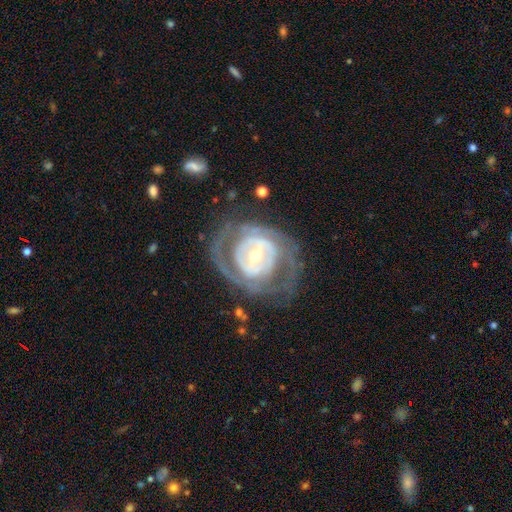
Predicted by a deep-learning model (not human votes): smooth-or-featured: featured or disk: 83% | smooth: 12% | star or artifact: 5%
  disk-edge-on: no: 96% | yes: 4%
    bar: weak: 39% | no: 33% | strong: 28%
    has-spiral-arms: yes: 74% | no: 26%
      spiral-winding: tight: 59% | medium: 29% | loose: 12%
      spiral-arm-count: can't tell: 40% | 2: 37% | 3: 10% | 1: 6% | 4: 4% | more than 4: 3%
    bulge-size: small: 50% | moderate: 44% | large: 4% | none: 1% | dominant: 1%
  merging: none: 62% | major disturbance: 18% | minor disturbance: 17% | merger: 2%